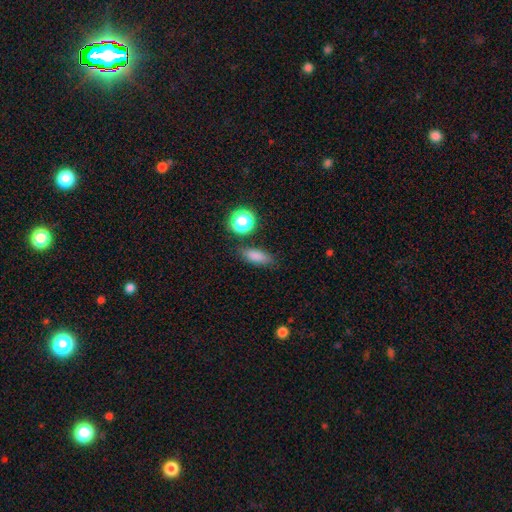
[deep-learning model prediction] smooth 80%, star or artifact 13%, featured or disk 7%. Down the decision tree: how rounded — in between (67%); merging — none (80%).